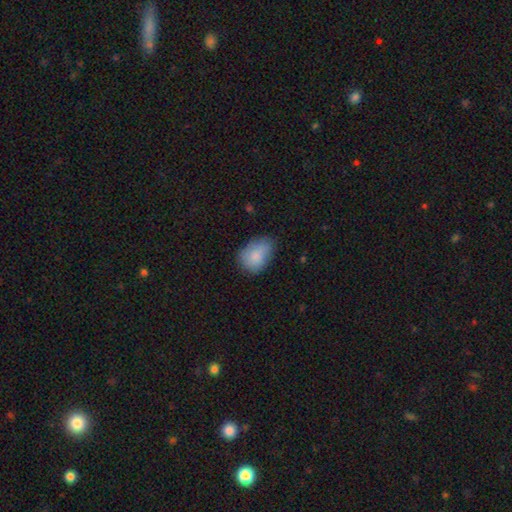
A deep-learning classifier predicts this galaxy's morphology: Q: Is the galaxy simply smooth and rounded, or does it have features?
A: smooth — 83%.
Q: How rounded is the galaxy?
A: in between — 79%.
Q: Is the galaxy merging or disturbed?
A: none — 59%.